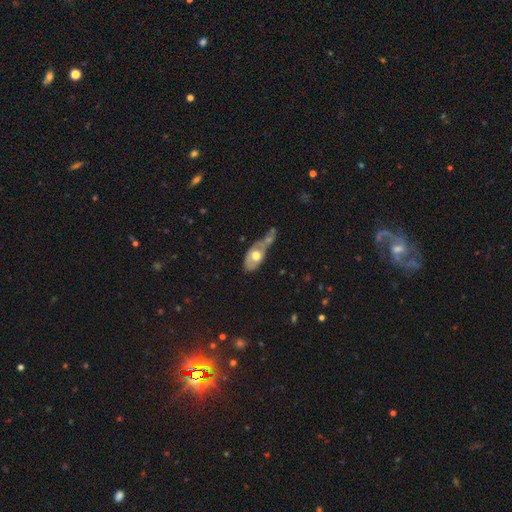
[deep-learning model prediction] Smooth or featured? Predicted: smooth (p=0.53). How rounded? Predicted: in between (p=0.86). Merging? Predicted: merger (p=0.49).